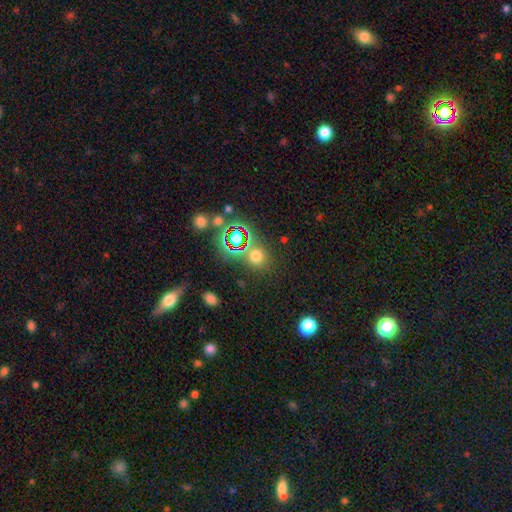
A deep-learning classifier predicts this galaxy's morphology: Smooth or featured?
  - smooth: 61% *
  - star or artifact: 31%
  - featured or disk: 8%
How rounded?
  - round: 84% *
  - in between: 15%
  - cigar-shaped: 1%
Merging?
  - none: 75% *
  - minor disturbance: 10%
  - merger: 10%
  - major disturbance: 5%